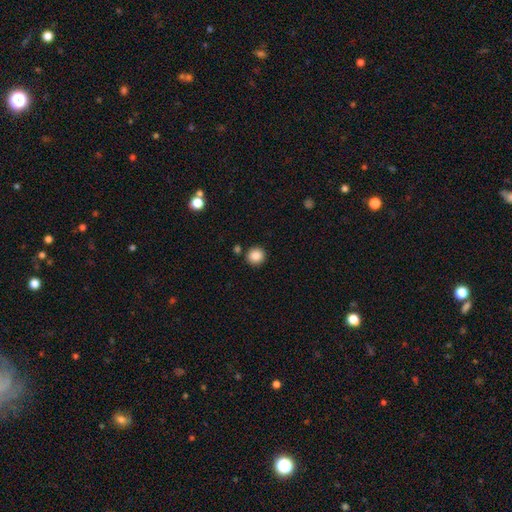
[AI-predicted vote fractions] This appears to be a smooth galaxy with no disk features (87%) that is round (93%). Merging: none (88%).